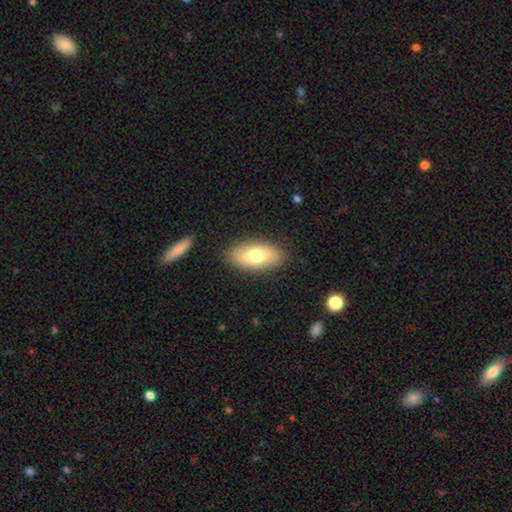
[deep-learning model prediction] Overall: smooth (71%). How rounded: in between (89%). Merging: none (87%).